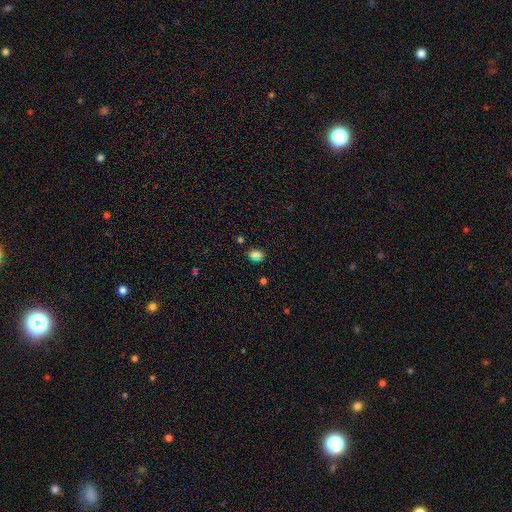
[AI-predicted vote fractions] smooth_or_featured: smooth (p=0.67) [alt: star or artifact p=0.24]
how_rounded: in between (p=0.70) [alt: round p=0.26]
merging: none (p=0.86) [alt: minor disturbance p=0.10]